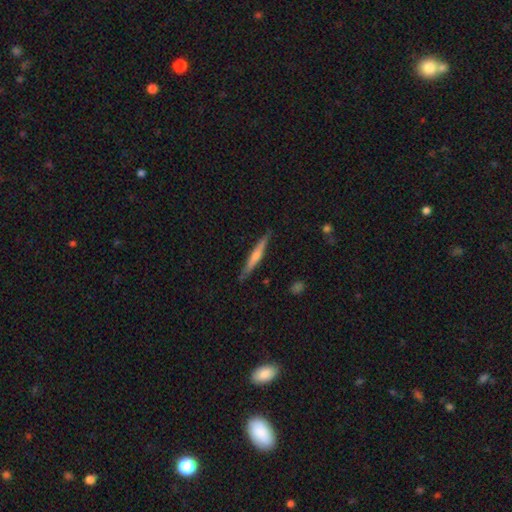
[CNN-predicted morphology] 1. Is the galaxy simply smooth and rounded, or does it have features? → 66% featured or disk, 28% smooth, 6% star or artifact.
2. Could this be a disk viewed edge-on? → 97% yes, 3% no.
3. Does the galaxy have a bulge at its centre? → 69% rounded, 22% none, 9% boxy.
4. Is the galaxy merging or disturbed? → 90% none, 7% minor disturbance, 1% major disturbance, 1% merger.